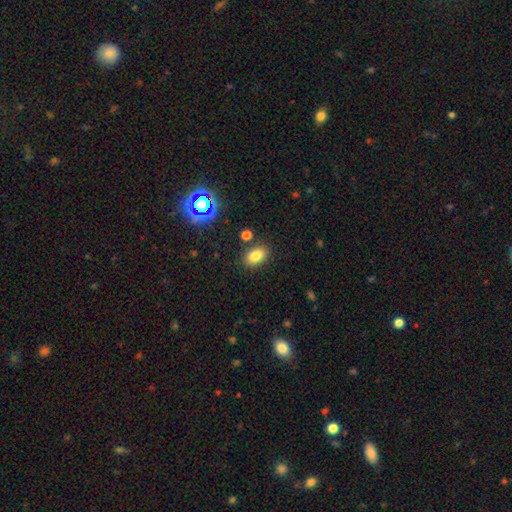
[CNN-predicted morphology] This is likely a smooth galaxy (80%). How rounded: clearly in between (84%). Merging: clearly none (82%).